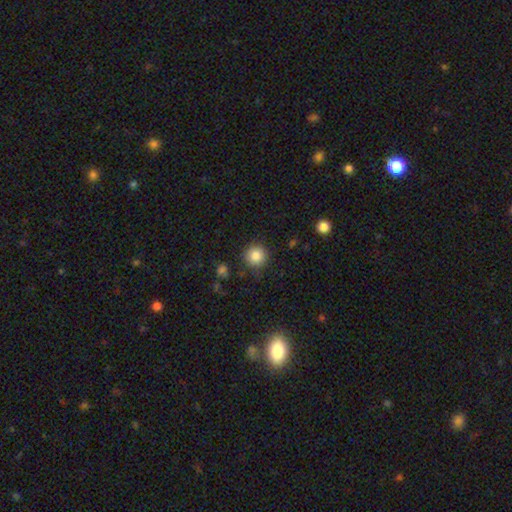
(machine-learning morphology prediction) type=smooth (86%); roundness=round (95%); merging=none (87%).